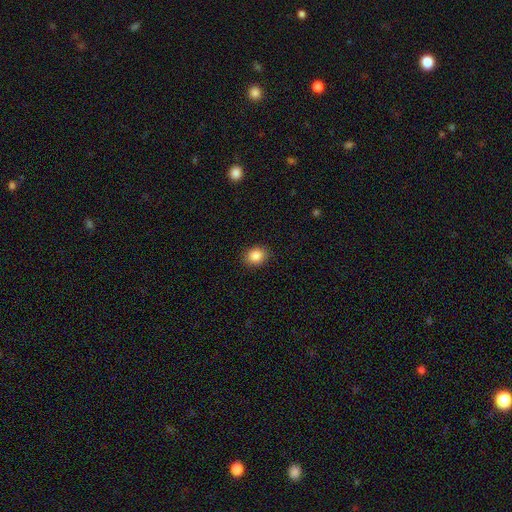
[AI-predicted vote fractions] Smooth or featured? smooth (86%)
How rounded? round (59%)
Merging? none (89%)